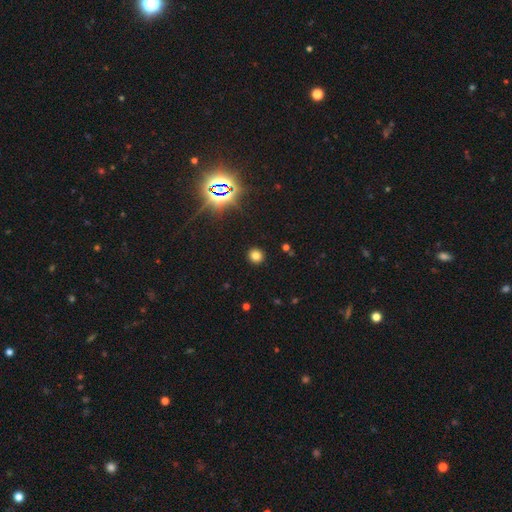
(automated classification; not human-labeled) Morphology: type=smooth (75%); roundness=round (92%); merging=none (92%).